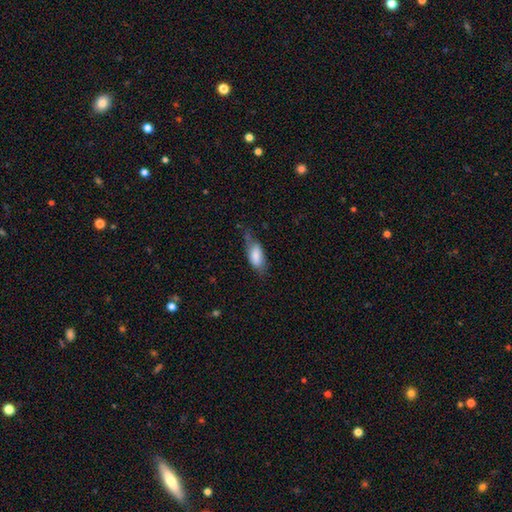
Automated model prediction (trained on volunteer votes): smooth-or-featured: smooth: 74% | featured or disk: 19% | star or artifact: 7%
  how-rounded: in between: 84% | cigar-shaped: 14% | round: 3%
  merging: none: 41% | minor disturbance: 38% | major disturbance: 18% | merger: 3%